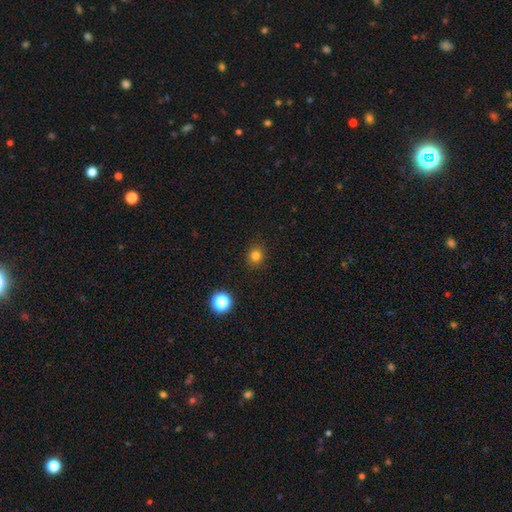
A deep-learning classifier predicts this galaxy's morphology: smooth 80%, star or artifact 15%, featured or disk 5%. Down the decision tree: how rounded — round (82%); merging — none (90%).